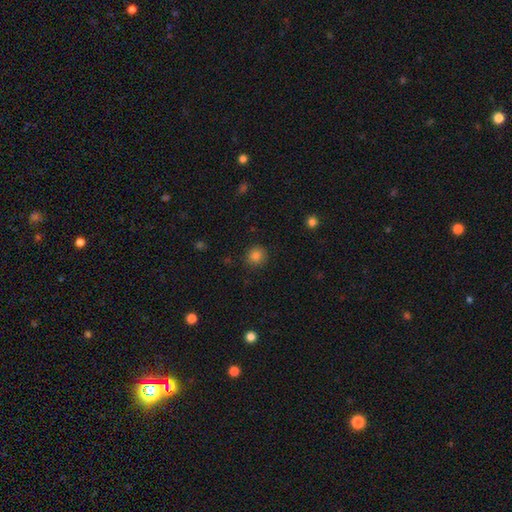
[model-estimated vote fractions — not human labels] Smooth or featured: smooth — 84% (star or artifact — 12%)
How rounded: round — 91% (in between — 8%)
Merging: none — 89% (minor disturbance — 8%)